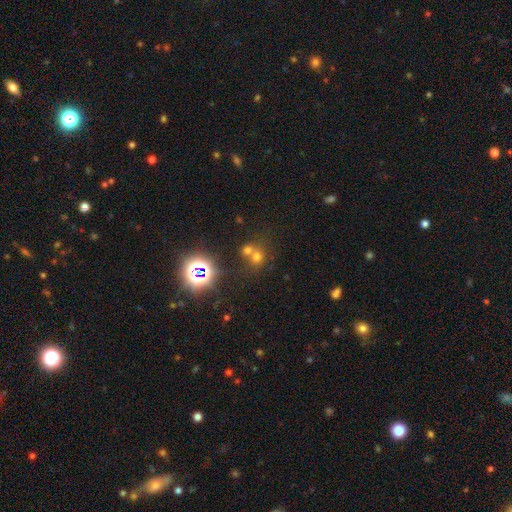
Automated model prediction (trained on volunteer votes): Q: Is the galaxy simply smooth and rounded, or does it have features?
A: smooth — 53%.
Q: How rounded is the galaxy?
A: round — 82%.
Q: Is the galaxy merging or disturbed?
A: merger — 45%, tied with none.